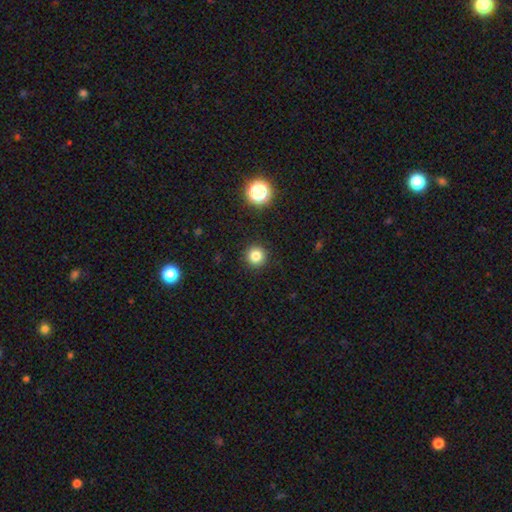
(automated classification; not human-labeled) smooth-or-featured: smooth: 81% | star or artifact: 14% | featured or disk: 5%
  how-rounded: round: 95% | in between: 4% | cigar-shaped: 1%
  merging: none: 92% | minor disturbance: 5% | major disturbance: 2% | merger: 1%